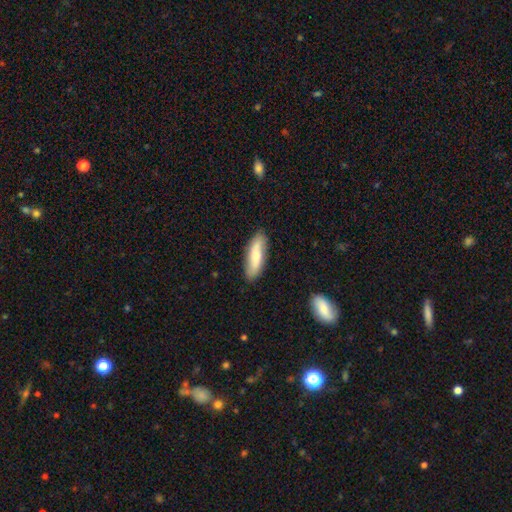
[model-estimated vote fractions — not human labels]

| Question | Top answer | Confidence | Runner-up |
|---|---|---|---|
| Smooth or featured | smooth | 72% | featured or disk (23%) |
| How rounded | cigar-shaped | 54% | in between (43%) |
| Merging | none | 84% | minor disturbance (12%) |